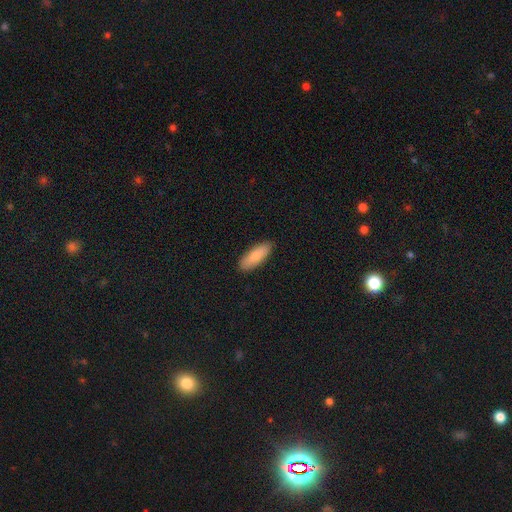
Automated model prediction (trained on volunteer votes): Morphology: type=smooth (84%); roundness=in between (65%); merging=none (89%).